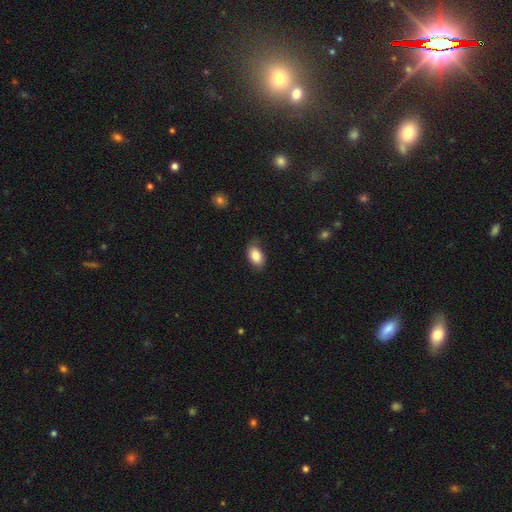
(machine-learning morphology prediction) smooth 84%, featured or disk 9%, star or artifact 7%. Down the decision tree: how rounded — in between (90%); merging — none (75%).